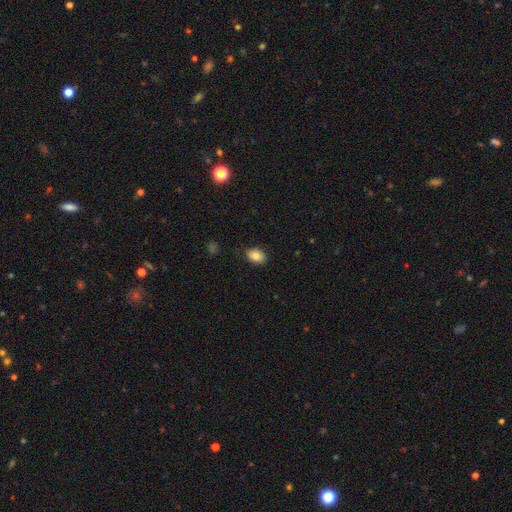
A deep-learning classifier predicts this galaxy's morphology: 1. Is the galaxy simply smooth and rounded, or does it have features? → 84% smooth, 8% featured or disk, 8% star or artifact.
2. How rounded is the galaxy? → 83% in between, 16% round, 1% cigar-shaped.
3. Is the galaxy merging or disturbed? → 84% none, 12% minor disturbance, 2% major disturbance, 1% merger.